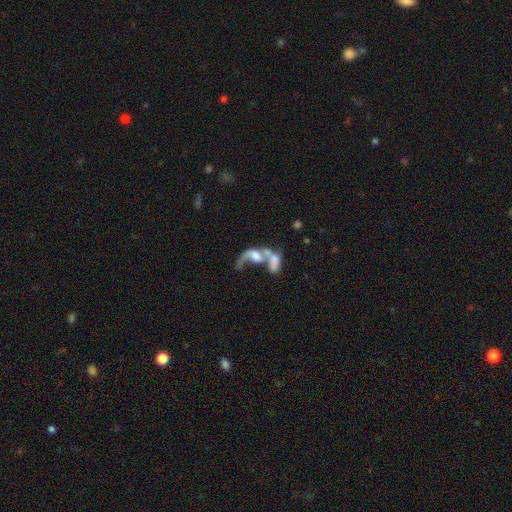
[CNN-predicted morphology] featured or disk 57%, smooth 32%, star or artifact 10%. Down the decision tree: edge-on disk — no (94%); bar — no (69%); spiral arms — yes (55%); bulge size — moderate (30%); merging — merger (69%).